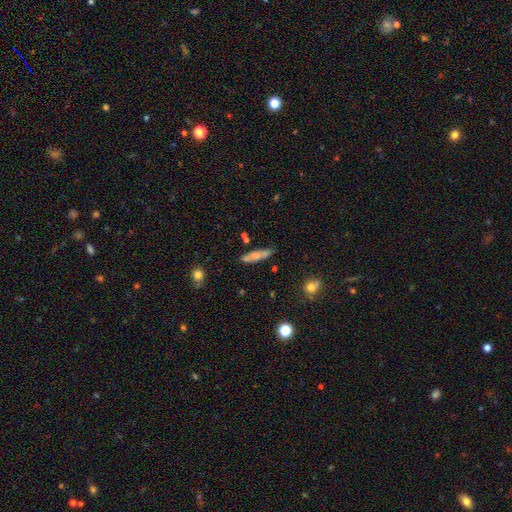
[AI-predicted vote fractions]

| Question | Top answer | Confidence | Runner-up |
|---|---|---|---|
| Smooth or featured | smooth | 62% | featured or disk (30%) |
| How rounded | cigar-shaped | 74% | in between (23%) |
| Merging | none | 71% | minor disturbance (16%) |